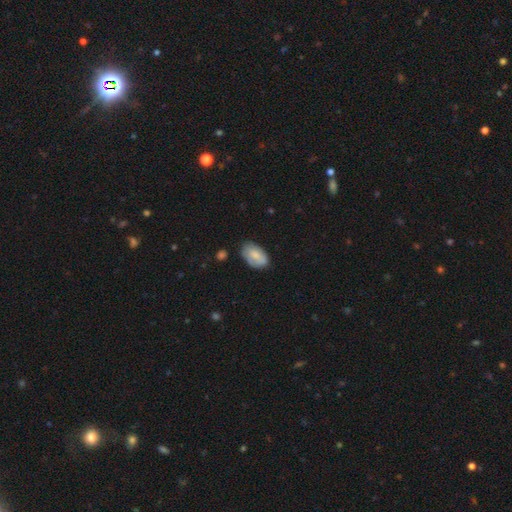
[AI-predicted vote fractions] smooth_or_featured: smooth (p=0.74) [alt: featured or disk p=0.20]
how_rounded: in between (p=0.92) [alt: round p=0.06]
merging: none (p=0.66) [alt: minor disturbance p=0.26]